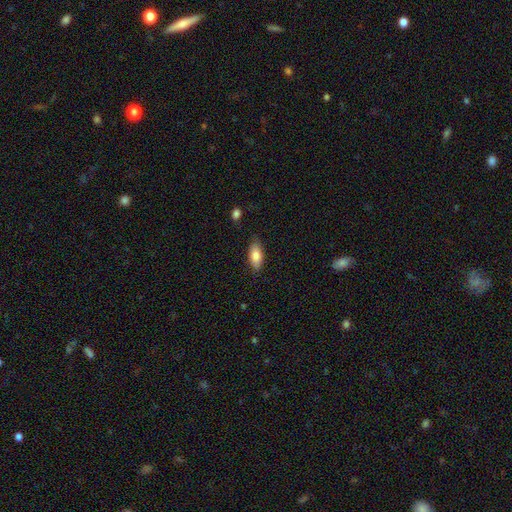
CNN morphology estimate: Q: Smooth or featured?
A: smooth (82%); runner-up: featured or disk (11%)
Q: How rounded?
A: in between (86%); runner-up: cigar-shaped (12%)
Q: Merging?
A: none (81%); runner-up: minor disturbance (15%)